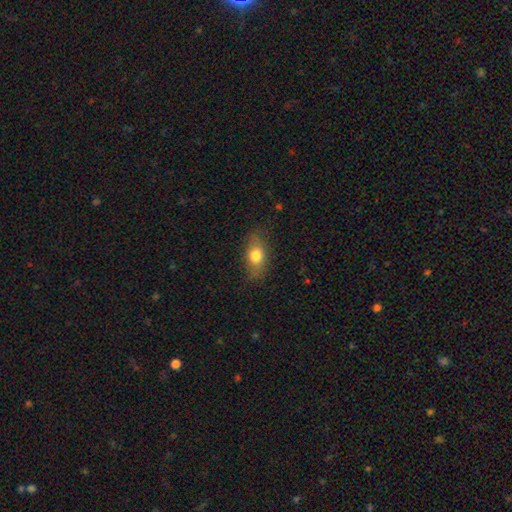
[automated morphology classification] A smooth galaxy with no disk features (75%) that is in between round and cigar-shaped (80%).

Vote fractions:
- Smooth or featured? smooth: 75% / featured or disk: 16% / star or artifact: 9%
- How rounded? in between: 80% / round: 13% / cigar-shaped: 8%
- Merging? none: 80% / minor disturbance: 15% / major disturbance: 4% / merger: 1%